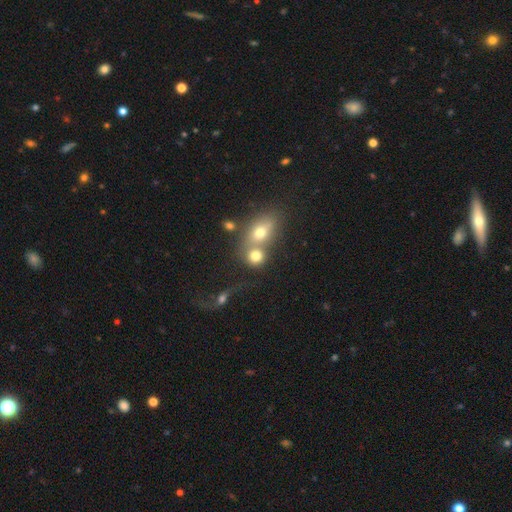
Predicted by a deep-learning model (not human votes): Smooth or featured: smooth — 72% (featured or disk — 15%)
How rounded: round — 66% (in between — 32%)
Merging: merger — 56% (none — 31%)